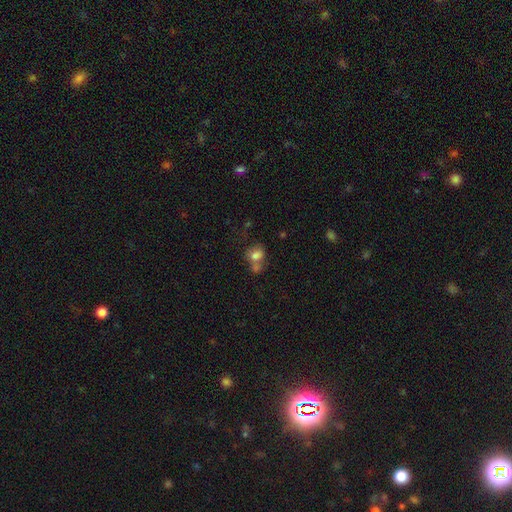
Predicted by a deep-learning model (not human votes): Smooth or featured: smooth — 76% (featured or disk — 14%)
How rounded: in between — 57% (round — 41%)
Merging: merger — 44% (none — 34%)